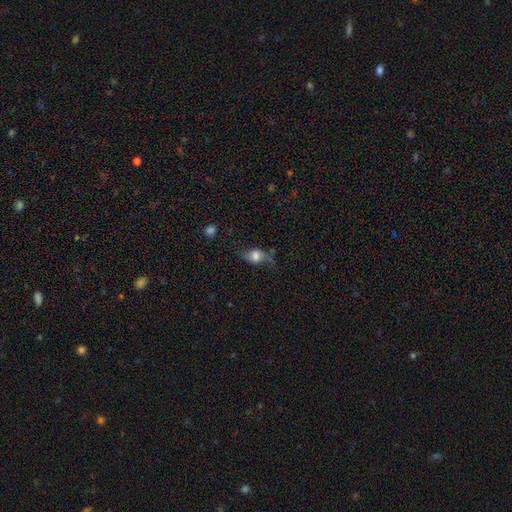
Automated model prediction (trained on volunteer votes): Smooth or featured: smooth — 55% (featured or disk — 34%)
How rounded: in between — 73% (round — 22%)
Merging: none — 52% (minor disturbance — 27%)